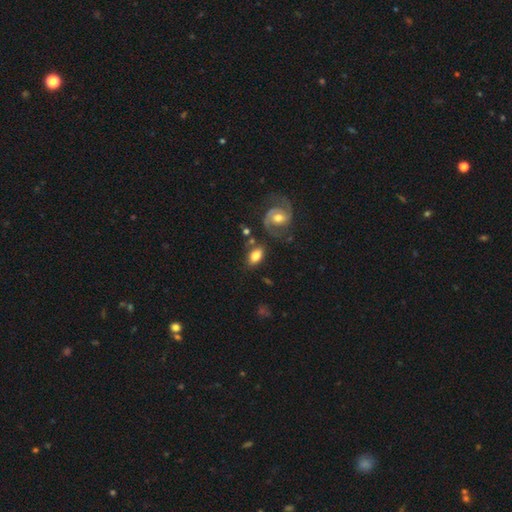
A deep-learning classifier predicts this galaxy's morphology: Smooth or featured: smooth — 71% (featured or disk — 23%)
How rounded: in between — 89% (round — 8%)
Merging: none — 67% (minor disturbance — 17%)